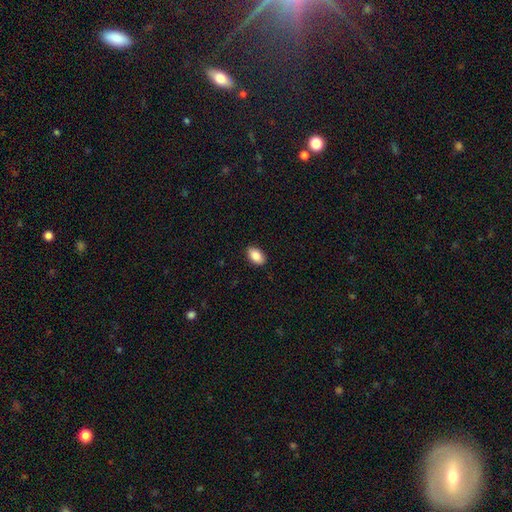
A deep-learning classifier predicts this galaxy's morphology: Smooth or featured?
  - smooth: 89% *
  - star or artifact: 7%
  - featured or disk: 4%
How rounded?
  - in between: 92% *
  - round: 6%
  - cigar-shaped: 1%
Merging?
  - none: 90% *
  - minor disturbance: 8%
  - major disturbance: 2%
  - merger: 1%